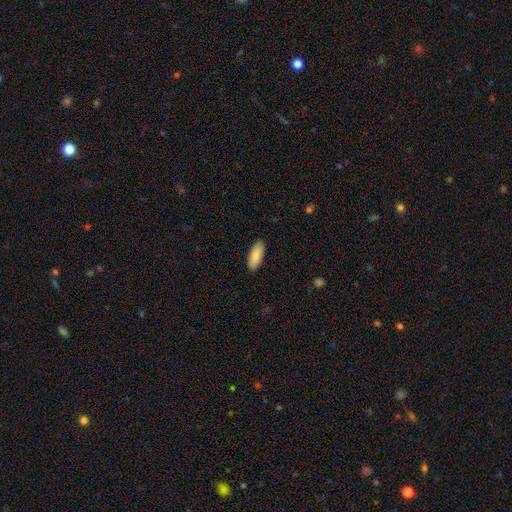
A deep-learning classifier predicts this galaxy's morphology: This is clearly a smooth galaxy (87%). How rounded: likely in between (75%). Merging: clearly none (90%).